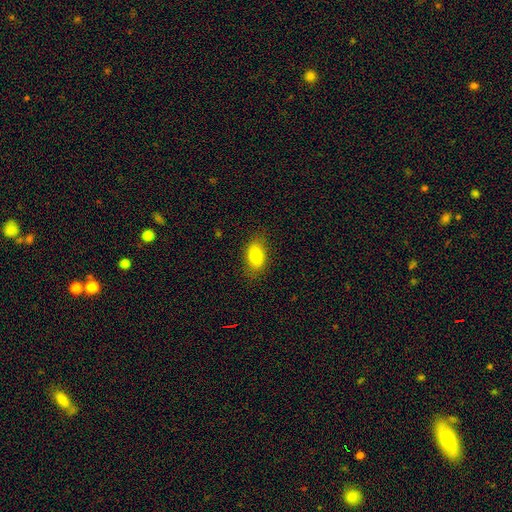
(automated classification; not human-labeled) This appears to be a smooth galaxy with no disk features (79%) that is in between round and cigar-shaped (86%). Merging: none (82%).